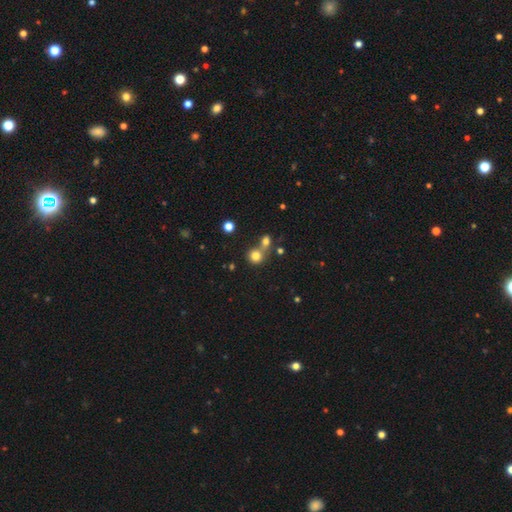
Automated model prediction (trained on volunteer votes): The model was most divided on "merging": none: 48%, merger: 41%, minor disturbance: 7%, major disturbance: 4%. More confident: how rounded — round (87%); smooth or featured — smooth (77%).